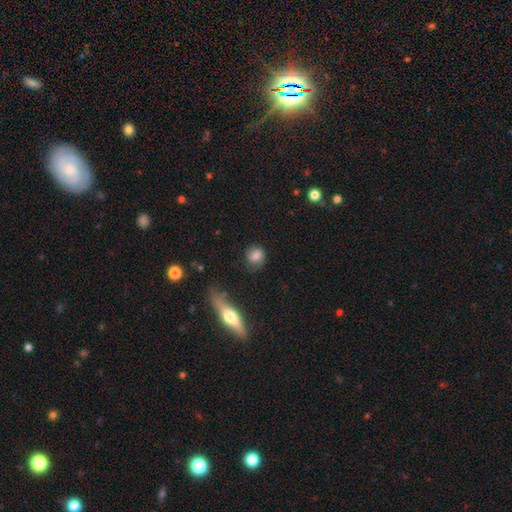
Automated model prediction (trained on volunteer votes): This is likely a smooth galaxy (75%). How rounded: likely round (74%). Merging: likely none (70%).